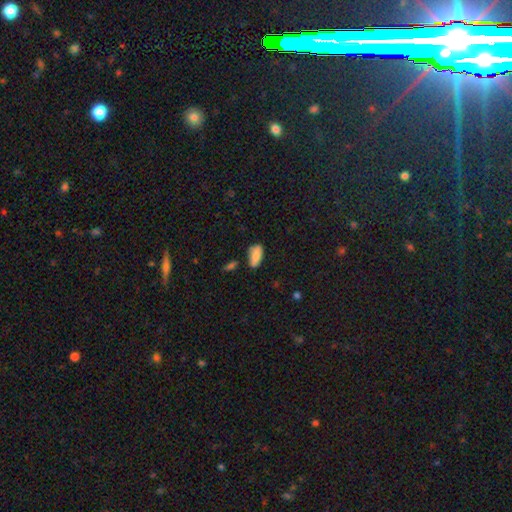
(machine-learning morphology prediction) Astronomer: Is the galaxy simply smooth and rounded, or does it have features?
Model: smooth — 83%.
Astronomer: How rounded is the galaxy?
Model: in between — 92%.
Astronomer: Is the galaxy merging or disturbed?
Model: none — 70%.